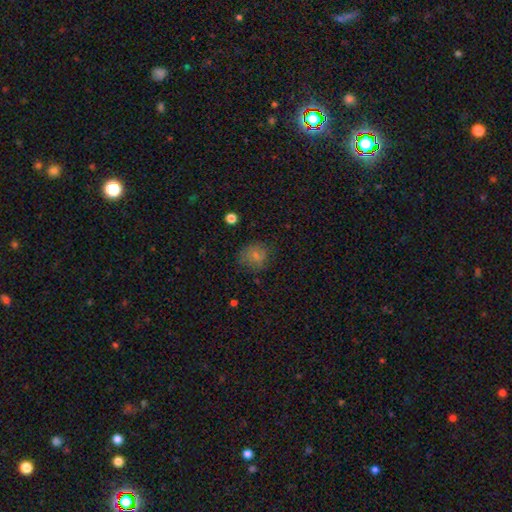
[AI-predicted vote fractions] This is likely a smooth galaxy (75%). How rounded: likely round (72%). Merging: likely none (67%).